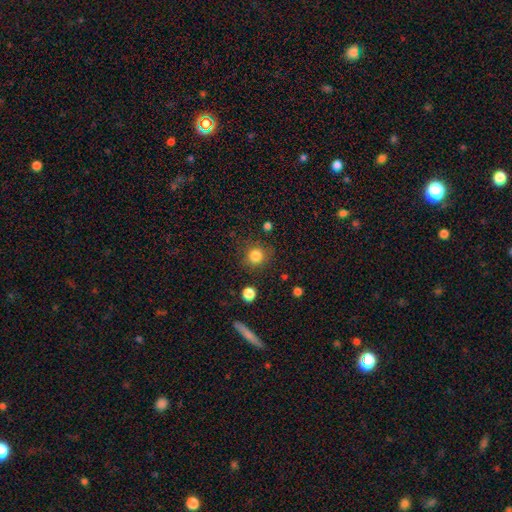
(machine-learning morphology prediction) Smooth or featured? Predicted: smooth (p=0.83). How rounded? Predicted: round (p=0.91). Merging? Predicted: none (p=0.83).